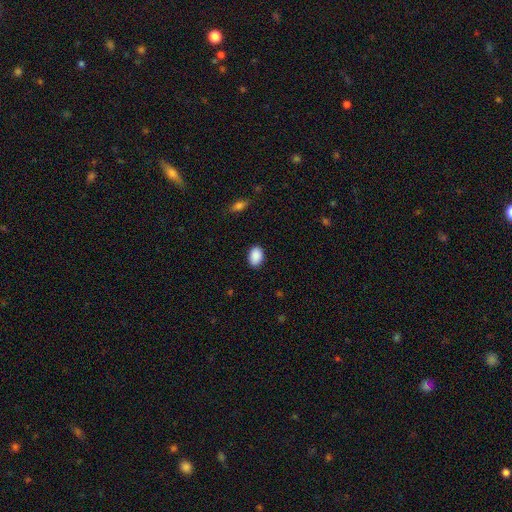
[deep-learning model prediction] smooth-or-featured: smooth: 90% | star or artifact: 7% | featured or disk: 3%
  how-rounded: in between: 83% | round: 15% | cigar-shaped: 1%
  merging: none: 87% | minor disturbance: 9% | major disturbance: 2% | merger: 1%